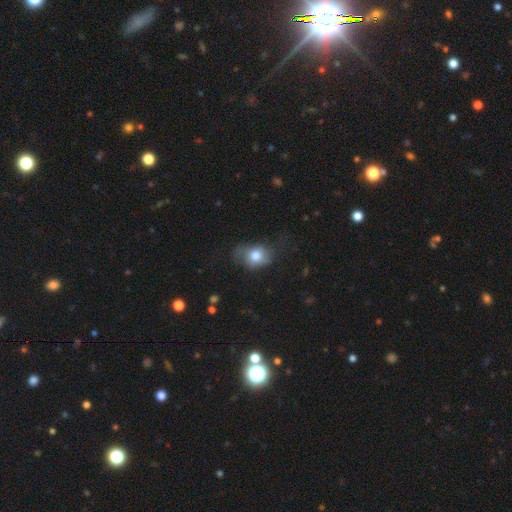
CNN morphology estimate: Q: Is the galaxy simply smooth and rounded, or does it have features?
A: smooth — 76%.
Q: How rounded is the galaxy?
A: in between — 59%.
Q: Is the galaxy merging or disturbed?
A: none — 50%.